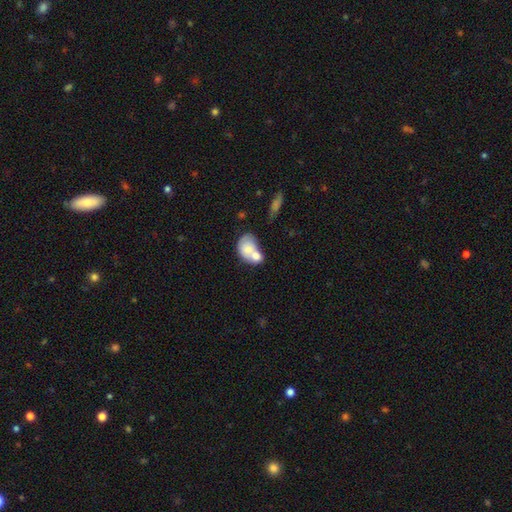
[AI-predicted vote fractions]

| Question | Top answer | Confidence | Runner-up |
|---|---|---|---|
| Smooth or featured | smooth | 65% | featured or disk (28%) |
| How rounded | in between | 67% | round (32%) |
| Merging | merger | 66% | none (19%) |